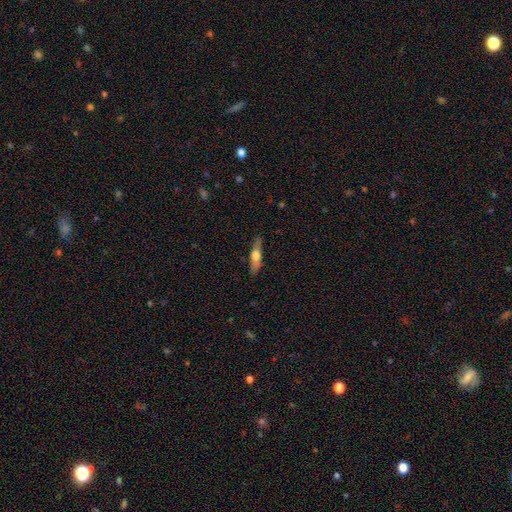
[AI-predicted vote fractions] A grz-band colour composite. It shows a featured or disk galaxy (50%). Merging: none (84%).